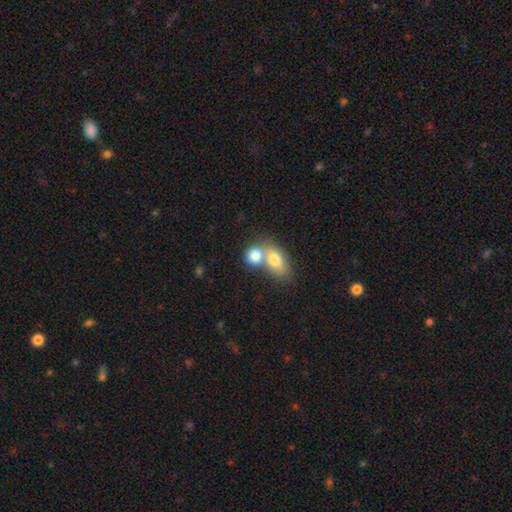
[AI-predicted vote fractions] smooth 79%, featured or disk 14%, star or artifact 7%. Down the decision tree: how rounded — in between (56%); merging — merger (62%).